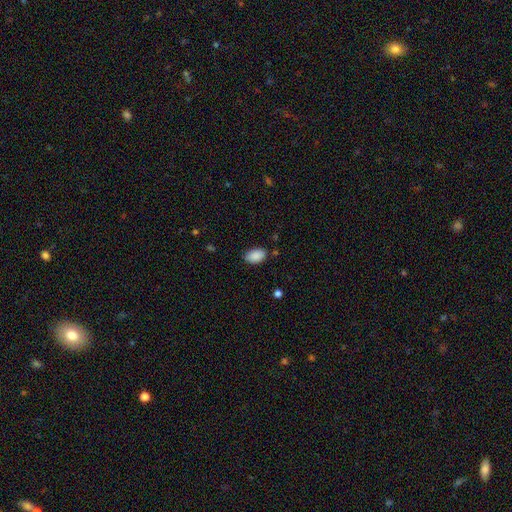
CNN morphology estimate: type=smooth (90%); roundness=in between (91%); merging=none (81%).